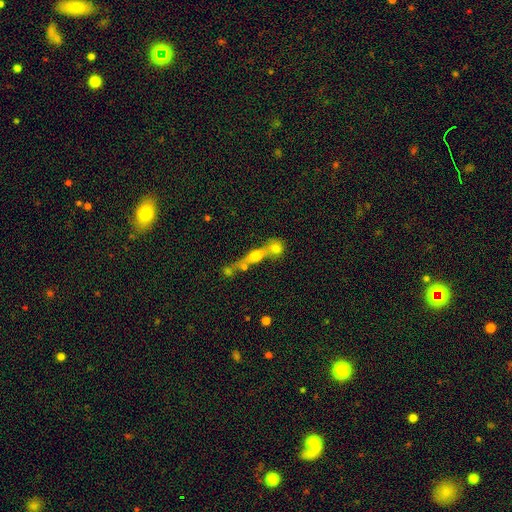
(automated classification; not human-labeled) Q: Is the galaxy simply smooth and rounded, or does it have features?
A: smooth — 44%.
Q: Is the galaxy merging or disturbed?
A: merger — 52%.